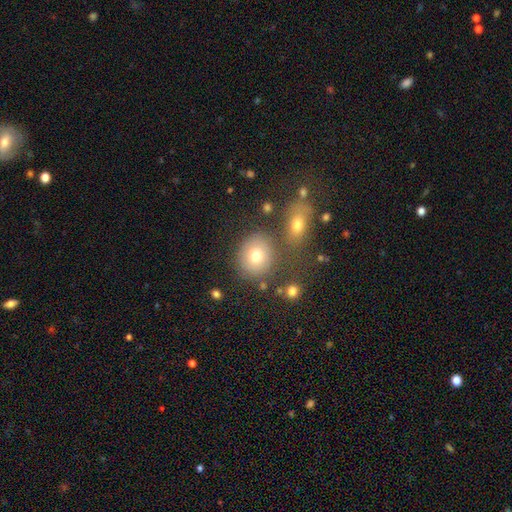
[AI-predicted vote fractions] smooth 75%, featured or disk 13%, star or artifact 12%. Down the decision tree: how rounded — round (76%); merging — none (73%).